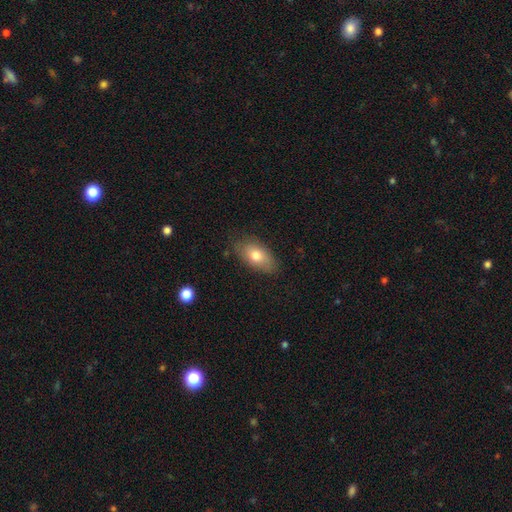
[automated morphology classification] smooth_or_featured: smooth (p=0.74) [alt: featured or disk p=0.18]
how_rounded: in between (p=0.90) [alt: round p=0.06]
merging: none (p=0.79) [alt: minor disturbance p=0.16]